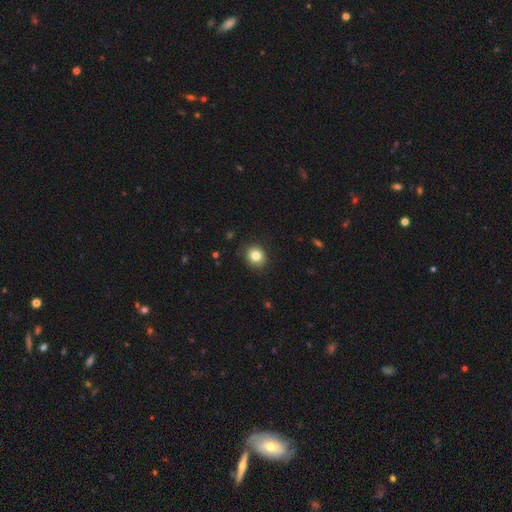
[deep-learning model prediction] This appears to be a smooth galaxy with no disk features (83%) that is round (80%). Merging: none (89%).